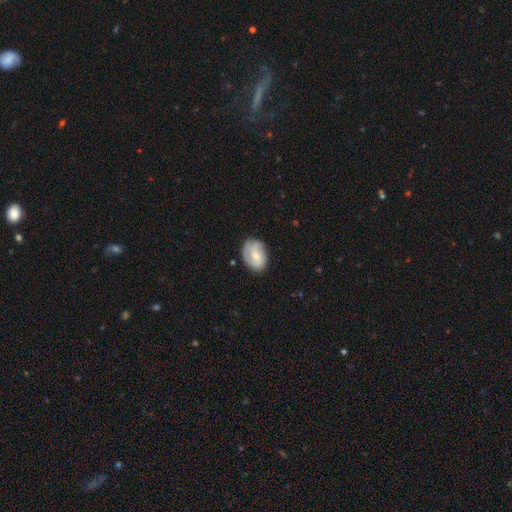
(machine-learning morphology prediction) Q: Smooth or featured?
A: featured or disk (50%); runner-up: smooth (43%)
Q: Edge-on disk?
A: no (96%); runner-up: yes (4%)
Q: Merging?
A: none (68%); runner-up: minor disturbance (23%)